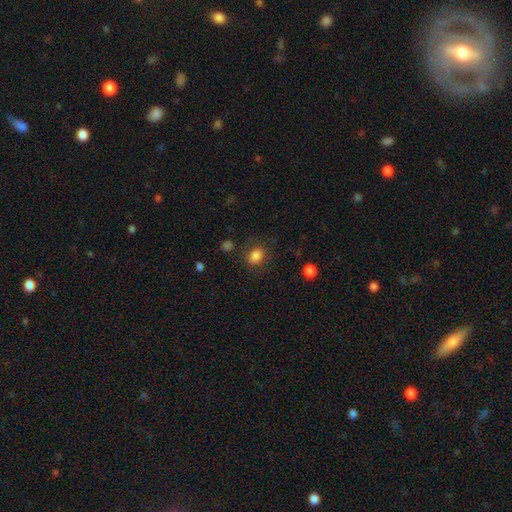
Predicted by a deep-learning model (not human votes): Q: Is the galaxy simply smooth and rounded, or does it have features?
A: smooth — 84%.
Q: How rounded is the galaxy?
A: in between — 54%.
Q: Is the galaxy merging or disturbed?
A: none — 79%.